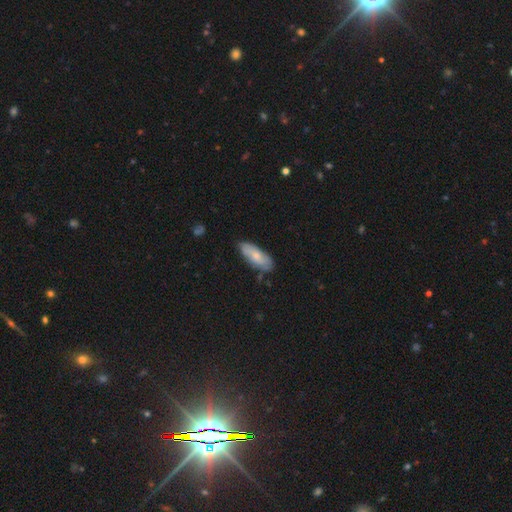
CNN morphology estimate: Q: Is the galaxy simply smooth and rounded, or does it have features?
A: smooth — 68%.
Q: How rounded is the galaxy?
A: in between — 75%.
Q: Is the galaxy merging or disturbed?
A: none — 75%.